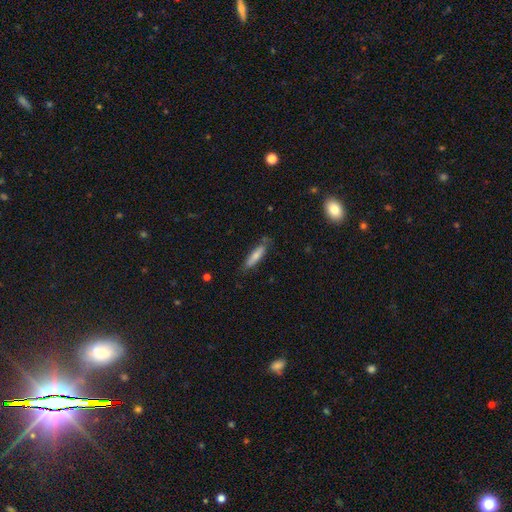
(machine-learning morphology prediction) The model was most divided on "how rounded": cigar-shaped: 76%, in between: 23%, round: 1%. More confident: merging — none (74%); smooth or featured — smooth (74%).